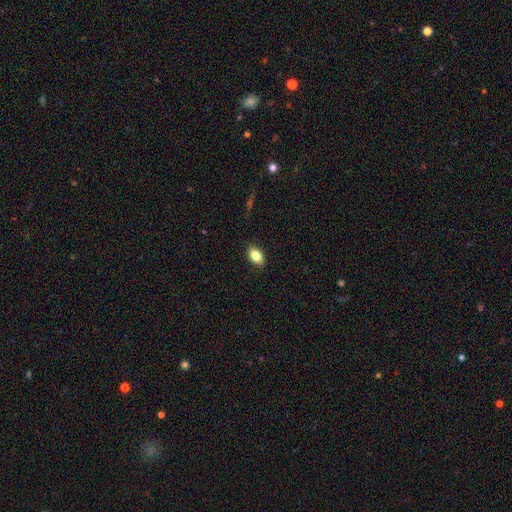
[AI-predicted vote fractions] Smooth or featured? smooth (82%)
How rounded? in between (88%)
Merging? none (87%)